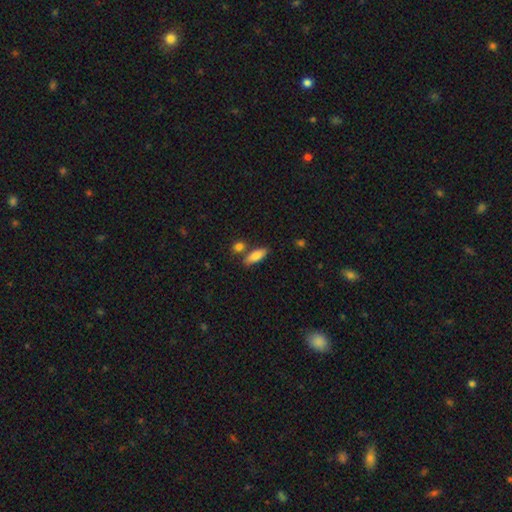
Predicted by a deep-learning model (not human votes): A smooth galaxy with no disk features (83%) that is in between round and cigar-shaped (69%).

Vote fractions:
- Smooth or featured? smooth: 83% / featured or disk: 10% / star or artifact: 7%
- How rounded? in between: 69% / cigar-shaped: 29% / round: 3%
- Merging? none: 68% / merger: 16% / minor disturbance: 13% / major disturbance: 3%